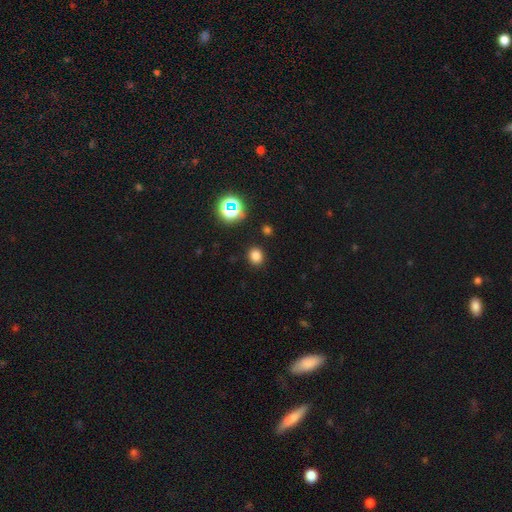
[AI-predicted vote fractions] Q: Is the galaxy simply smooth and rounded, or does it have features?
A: smooth — 78%.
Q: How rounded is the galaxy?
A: round — 67%.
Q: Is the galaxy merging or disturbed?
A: none — 89%.